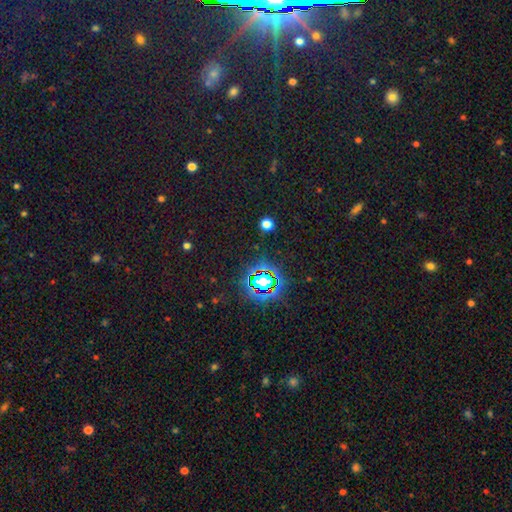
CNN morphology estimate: This is likely a star or artifact rather than a galaxy (78%).